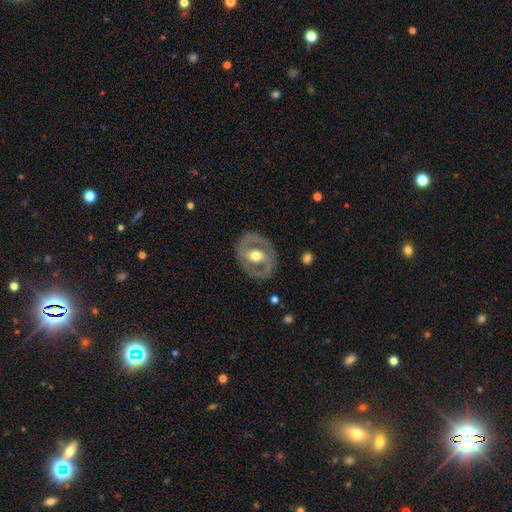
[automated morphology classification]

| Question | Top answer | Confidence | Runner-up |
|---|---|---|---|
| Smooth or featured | featured or disk | 77% | smooth (19%) |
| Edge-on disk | no | 95% | yes (5%) |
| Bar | weak | 38% | strong (33%) |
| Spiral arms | yes | 66% | no (34%) |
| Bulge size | moderate | 76% | small (12%) |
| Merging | none | 82% | minor disturbance (11%) |